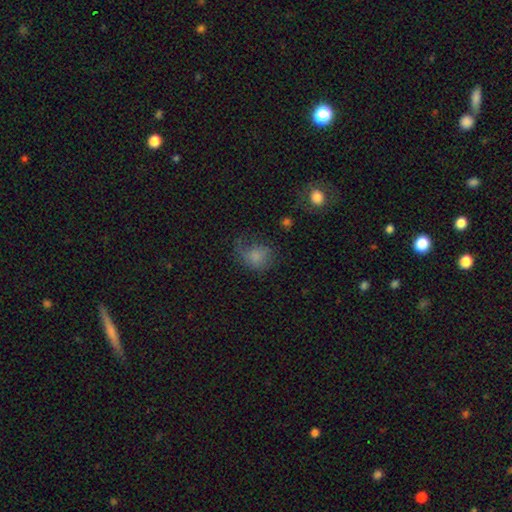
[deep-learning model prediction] Smooth or featured? Predicted: smooth (p=0.68). How rounded? Predicted: round (p=0.56). Merging? Predicted: none (p=0.36).